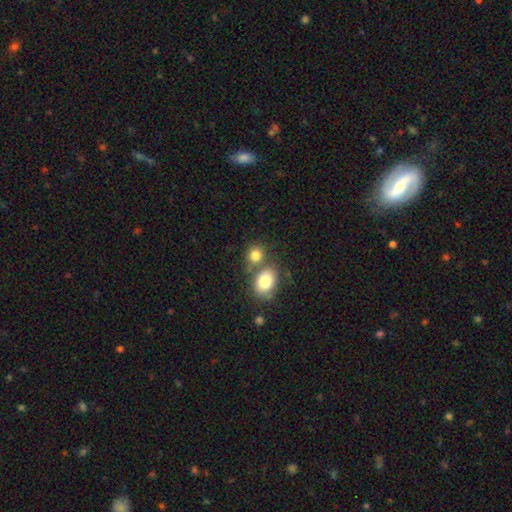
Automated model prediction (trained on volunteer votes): A smooth galaxy with no disk features (82%) that is round (63%).

Vote fractions:
- Smooth or featured? smooth: 82% / star or artifact: 10% / featured or disk: 8%
- How rounded? round: 63% / in between: 36% / cigar-shaped: 1%
- Merging? none: 49% / merger: 38% / minor disturbance: 9% / major disturbance: 4%